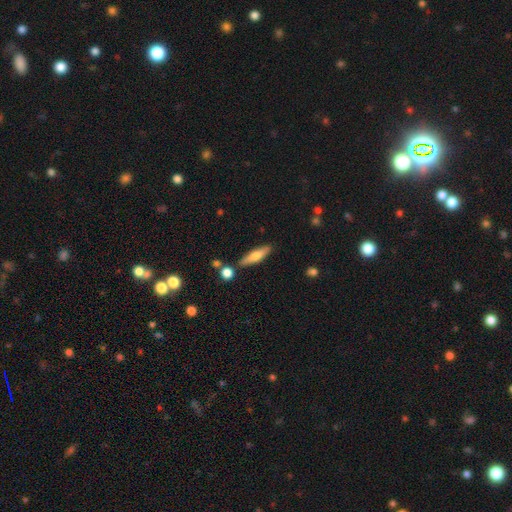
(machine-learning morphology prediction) A smooth galaxy with no disk features (64%) that is cigar-shaped (72%). Merging: none (81%).